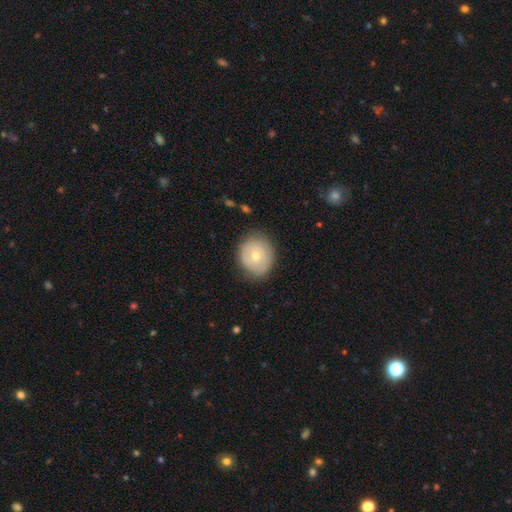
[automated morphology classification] smooth 56%, featured or disk 37%, star or artifact 7%. Down the decision tree: how rounded — round (77%); merging — none (76%).